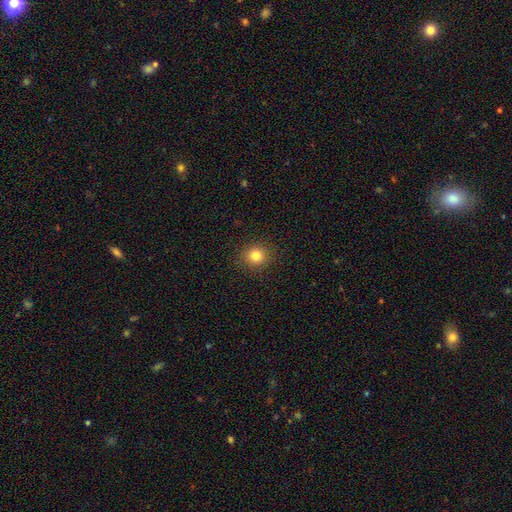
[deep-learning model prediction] A smooth galaxy with no disk features (82%) that is round (87%).

Vote fractions:
- Smooth or featured? smooth: 82% / star or artifact: 12% / featured or disk: 6%
- How rounded? round: 87% / in between: 12% / cigar-shaped: 1%
- Merging? none: 90% / minor disturbance: 6% / major disturbance: 2% / merger: 1%